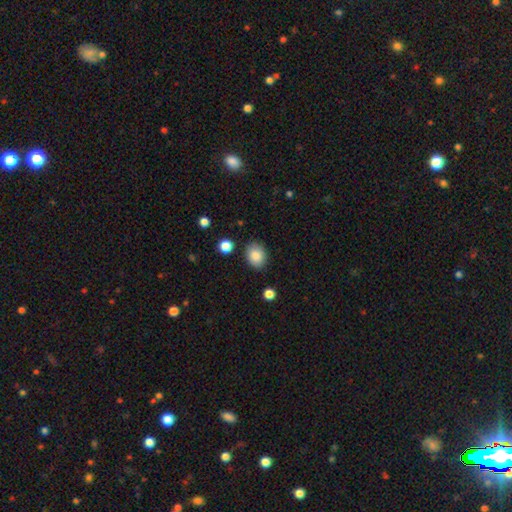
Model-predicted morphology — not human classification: Smooth or featured? Predicted: smooth (p=0.87). How rounded? Predicted: in between (p=0.59). Merging? Predicted: none (p=0.84).